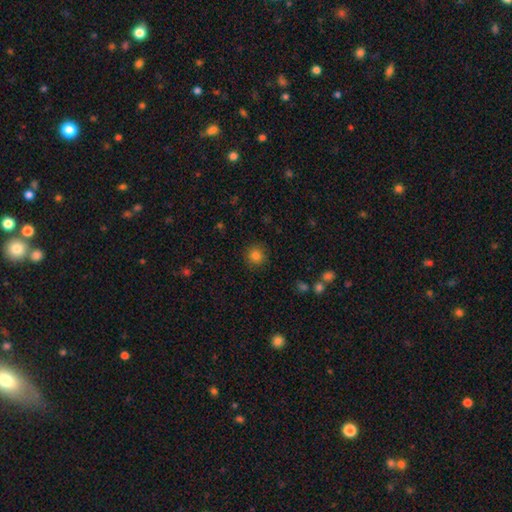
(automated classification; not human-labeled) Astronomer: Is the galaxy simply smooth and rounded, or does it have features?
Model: smooth — 83%.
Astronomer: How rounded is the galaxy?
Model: round — 92%.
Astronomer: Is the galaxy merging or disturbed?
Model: none — 89%.